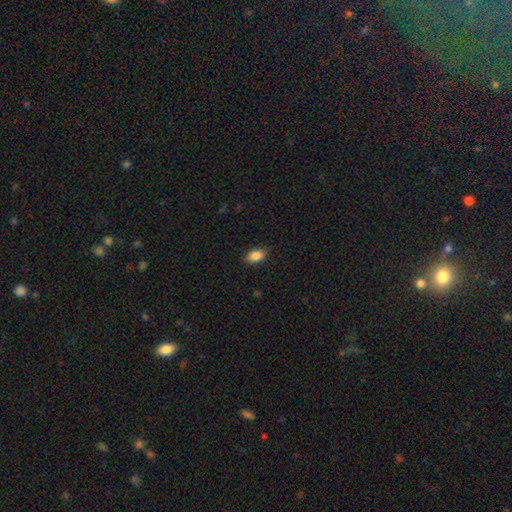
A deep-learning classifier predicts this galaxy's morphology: type=smooth (88%); roundness=in between (89%); merging=none (85%).